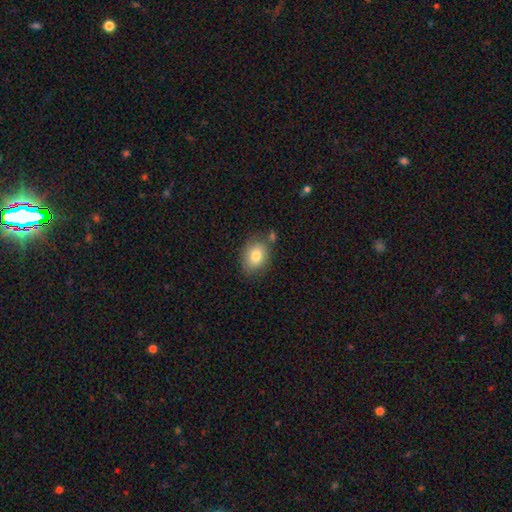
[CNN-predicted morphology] Q: Smooth or featured?
A: smooth (80%); runner-up: featured or disk (12%)
Q: How rounded?
A: in between (71%); runner-up: round (28%)
Q: Merging?
A: none (71%); runner-up: minor disturbance (17%)